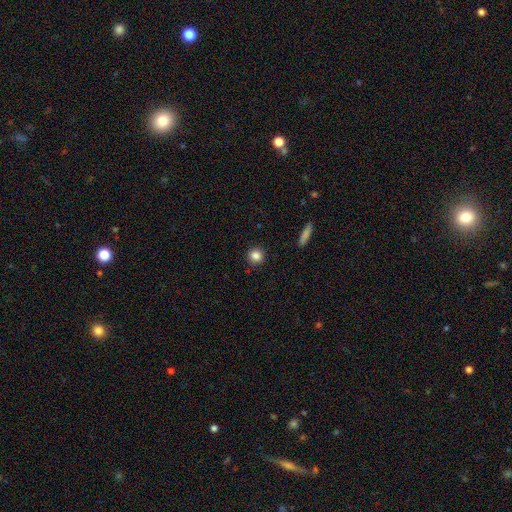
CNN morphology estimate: smooth 85%, star or artifact 10%, featured or disk 5%. Down the decision tree: how rounded — round (92%); merging — none (90%).